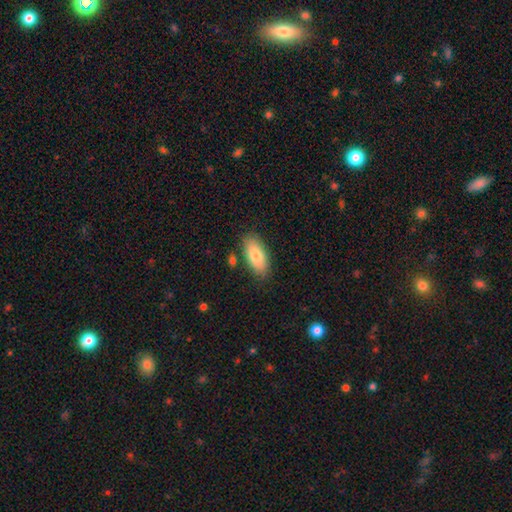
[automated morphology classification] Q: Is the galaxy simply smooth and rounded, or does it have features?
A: smooth — 79%.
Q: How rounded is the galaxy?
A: in between — 88%.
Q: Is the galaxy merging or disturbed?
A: none — 82%.